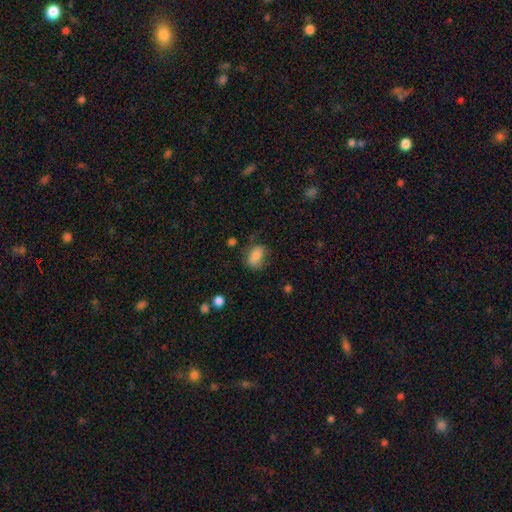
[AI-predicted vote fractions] smooth_or_featured: smooth (p=0.83) [alt: star or artifact p=0.09]
how_rounded: in between (p=0.84) [alt: round p=0.14]
merging: none (p=0.56) [alt: minor disturbance p=0.28]